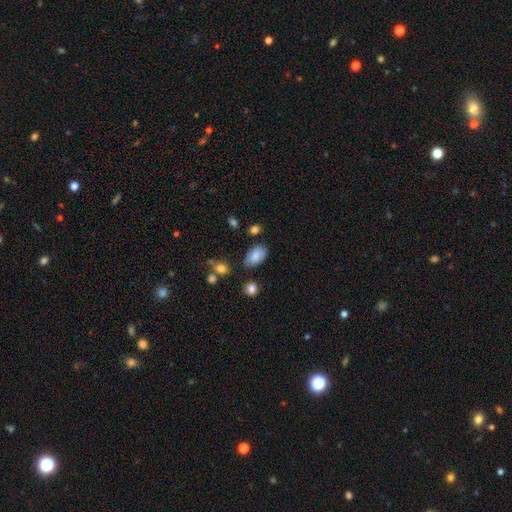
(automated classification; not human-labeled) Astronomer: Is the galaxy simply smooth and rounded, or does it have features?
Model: smooth — 81%.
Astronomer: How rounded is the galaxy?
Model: in between — 92%.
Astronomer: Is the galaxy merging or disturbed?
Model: none — 72%.